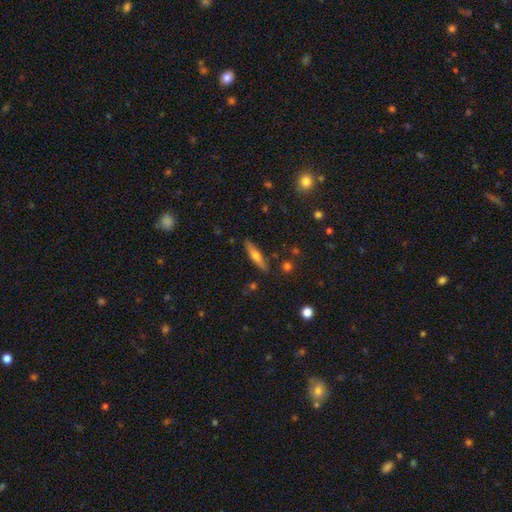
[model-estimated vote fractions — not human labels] smooth 51%, featured or disk 42%, star or artifact 7%. Down the decision tree: how rounded — cigar-shaped (80%); merging — none (86%).